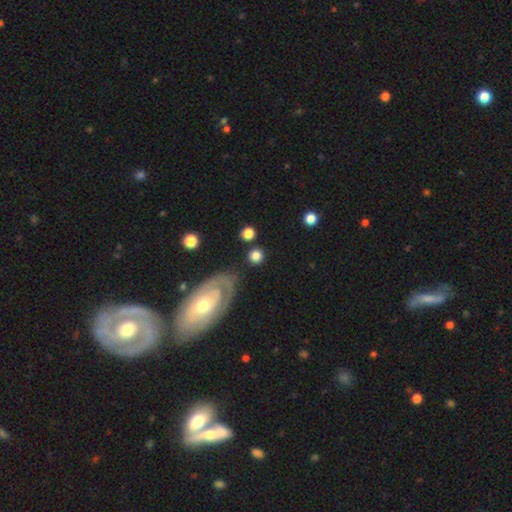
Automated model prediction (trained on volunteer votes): Smooth or featured: smooth — 78% (featured or disk — 13%)
How rounded: round — 91% (in between — 8%)
Merging: none — 84% (minor disturbance — 8%)